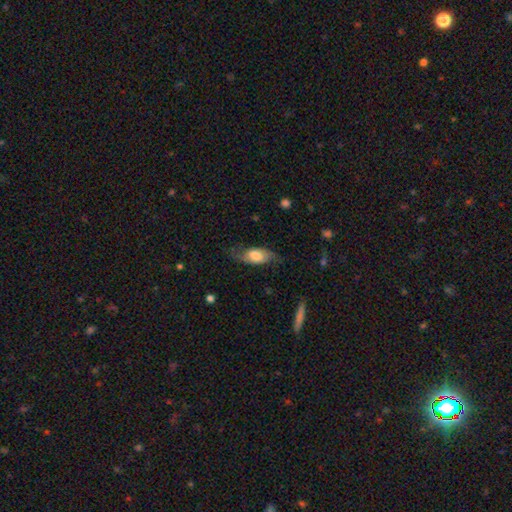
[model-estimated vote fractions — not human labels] Smooth or featured?
  - smooth: 51% *
  - featured or disk: 43%
  - star or artifact: 7%
How rounded?
  - in between: 83% *
  - cigar-shaped: 11%
  - round: 5%
Merging?
  - none: 65% *
  - minor disturbance: 23%
  - major disturbance: 11%
  - merger: 1%